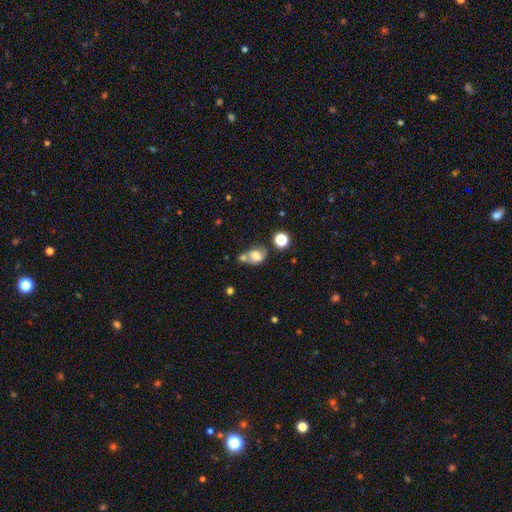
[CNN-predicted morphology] smooth-or-featured: smooth: 66% | featured or disk: 21% | star or artifact: 13%
  how-rounded: round: 53% | in between: 46% | cigar-shaped: 1%
  merging: merger: 43% | none: 33% | minor disturbance: 15% | major disturbance: 9%